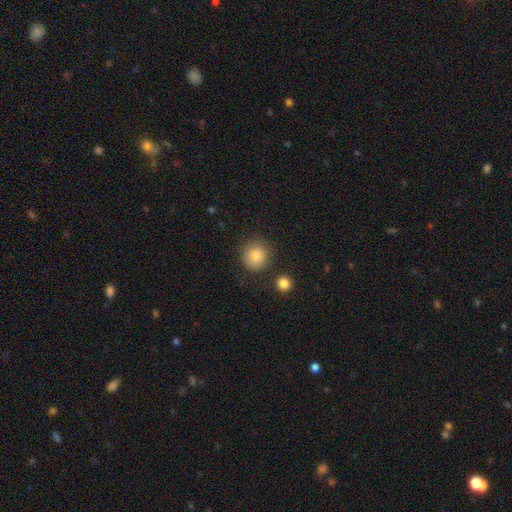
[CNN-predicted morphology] Smooth or featured? Predicted: smooth (p=0.83). How rounded? Predicted: round (p=0.91). Merging? Predicted: none (p=0.84).